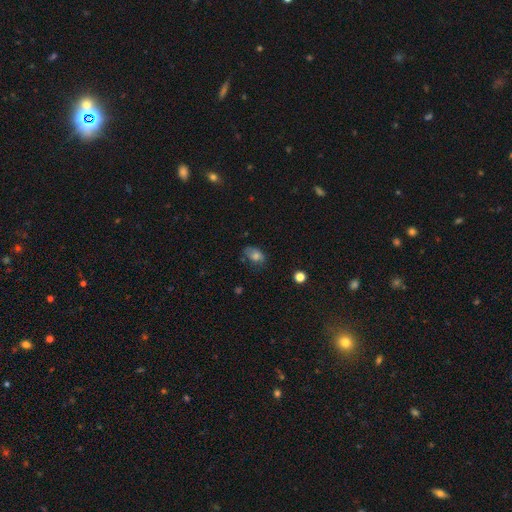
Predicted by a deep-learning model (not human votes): smooth_or_featured: smooth (p=0.71) [alt: featured or disk p=0.16]
how_rounded: in between (p=0.83) [alt: round p=0.15]
merging: none (p=0.51) [alt: minor disturbance p=0.33]